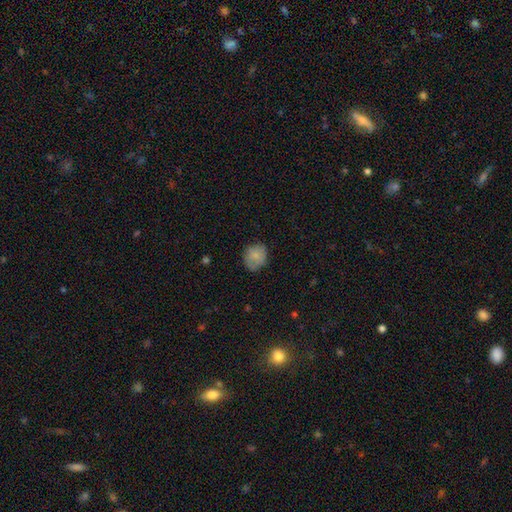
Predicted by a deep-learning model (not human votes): Overall: smooth (81%). How rounded: round (67%; in between 32%). Merging: none (73%).